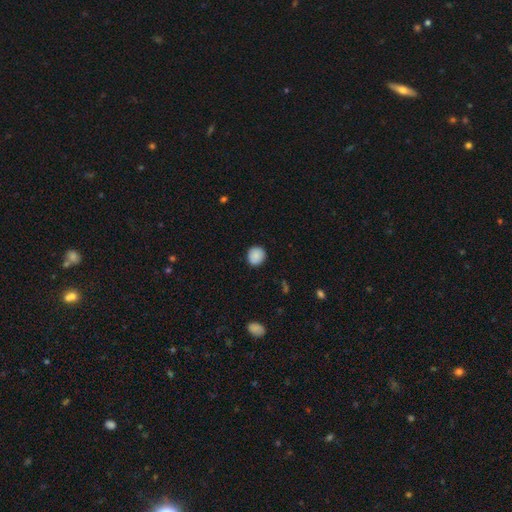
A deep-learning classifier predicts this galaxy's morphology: type=smooth (87%); roundness=round (86%); merging=none (88%).